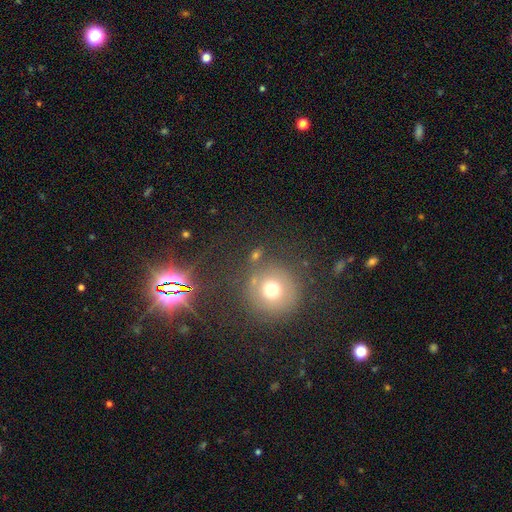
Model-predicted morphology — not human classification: This is possibly a smooth galaxy (55%). How rounded: clearly round (92%). Merging: likely none (78%).